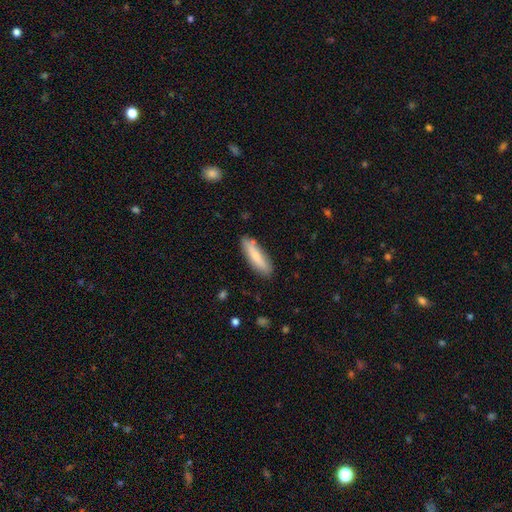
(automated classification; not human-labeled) smooth_or_featured: smooth (p=0.75) [alt: featured or disk p=0.19]
how_rounded: cigar-shaped (p=0.70) [alt: in between p=0.28]
merging: none (p=0.85) [alt: minor disturbance p=0.11]